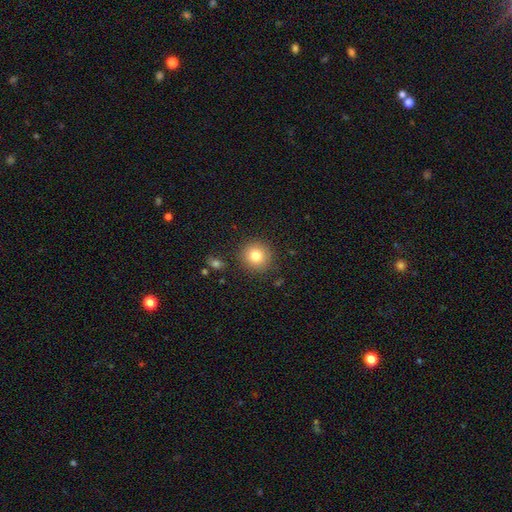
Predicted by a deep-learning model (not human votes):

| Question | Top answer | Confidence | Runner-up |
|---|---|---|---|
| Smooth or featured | smooth | 82% | star or artifact (10%) |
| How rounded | round | 92% | in between (7%) |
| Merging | none | 88% | minor disturbance (7%) |